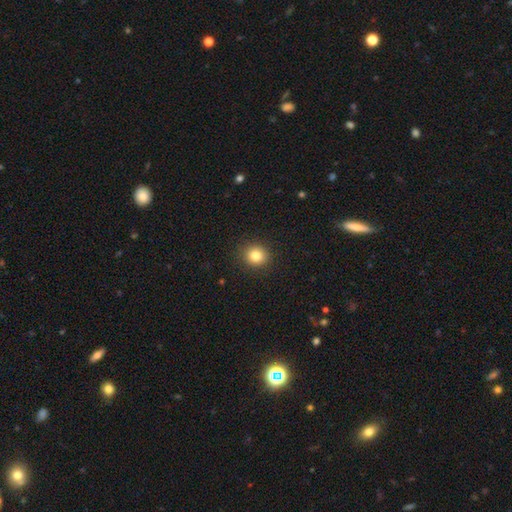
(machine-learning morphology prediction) Q: Smooth or featured?
A: smooth (83%); runner-up: star or artifact (11%)
Q: How rounded?
A: round (84%); runner-up: in between (15%)
Q: Merging?
A: none (91%); runner-up: minor disturbance (6%)